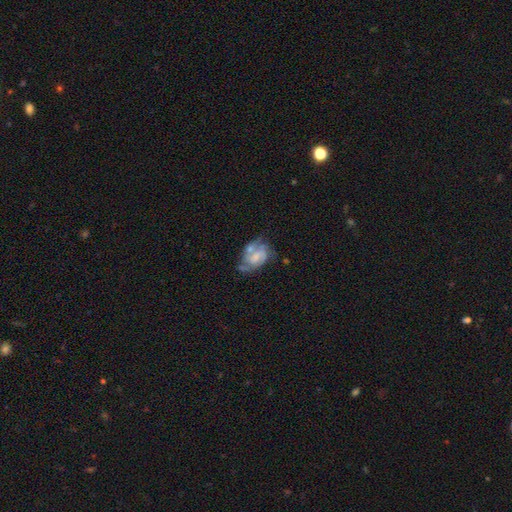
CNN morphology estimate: smooth_or_featured: featured or disk (p=0.71) [alt: smooth p=0.22]
disk_edge_on: no (p=0.97) [alt: yes p=0.03]
bar: no (p=0.47) [alt: weak p=0.42]
has_spiral_arms: yes (p=0.85) [alt: no p=0.15]
spiral_winding: medium (p=0.45) [alt: tight p=0.37]
spiral_arm_count: 2 (p=0.57) [alt: can't tell p=0.19]
bulge_size: small (p=0.42) [alt: none p=0.26]
merging: none (p=0.41) [alt: minor disturbance p=0.24]